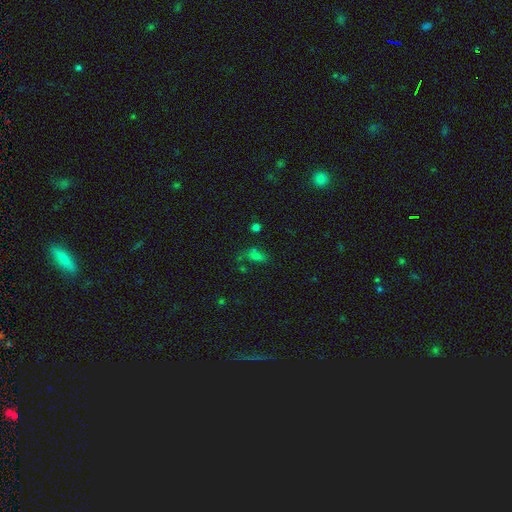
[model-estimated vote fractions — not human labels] Morphology: type=smooth (54%); roundness=in between (75%); merging=none (46%).